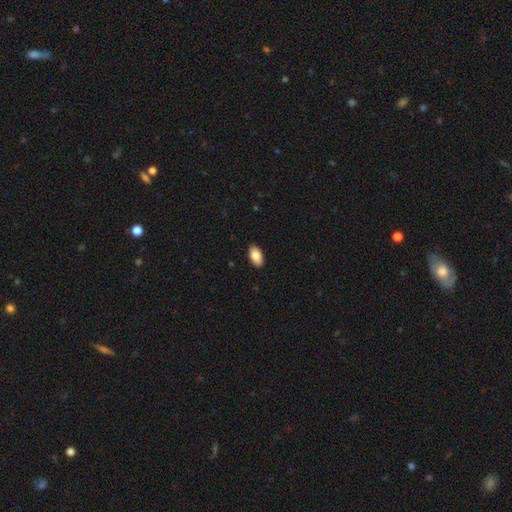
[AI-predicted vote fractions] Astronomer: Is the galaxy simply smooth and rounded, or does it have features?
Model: smooth — 86%.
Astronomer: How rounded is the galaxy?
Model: in between — 95%.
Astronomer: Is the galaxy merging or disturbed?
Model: none — 90%.